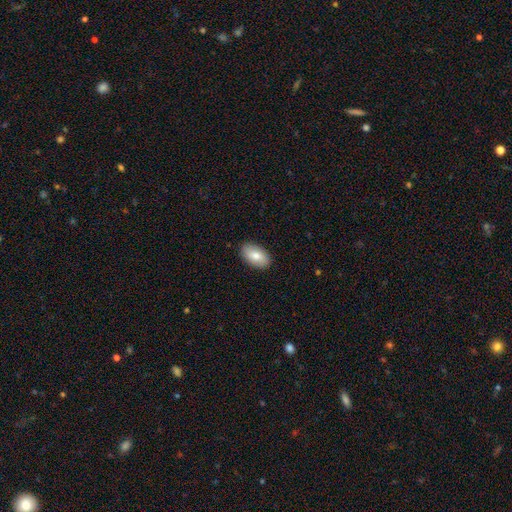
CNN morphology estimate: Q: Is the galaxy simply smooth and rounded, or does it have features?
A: smooth — 80%.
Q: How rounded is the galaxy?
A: in between — 94%.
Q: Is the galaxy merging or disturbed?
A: none — 89%.